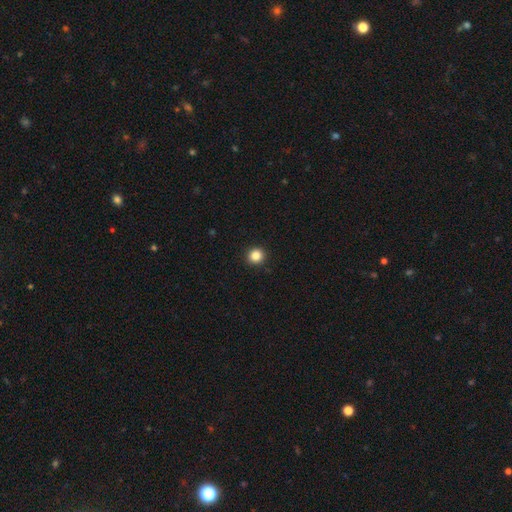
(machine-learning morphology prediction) This is clearly a smooth galaxy (85%). How rounded: clearly round (94%). Merging: clearly none (93%).